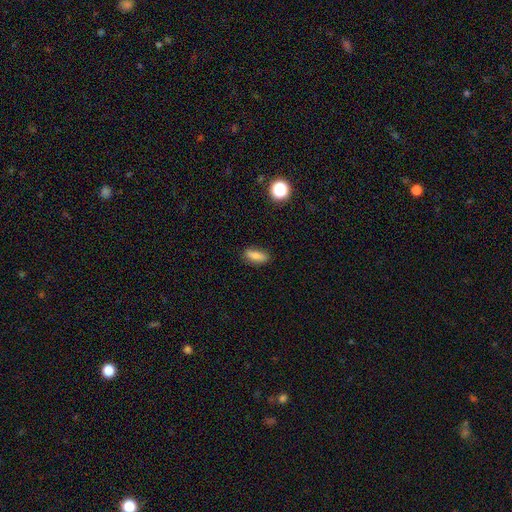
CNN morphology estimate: smooth 81%, featured or disk 10%, star or artifact 9%. Down the decision tree: how rounded — in between (64%); merging — none (85%).